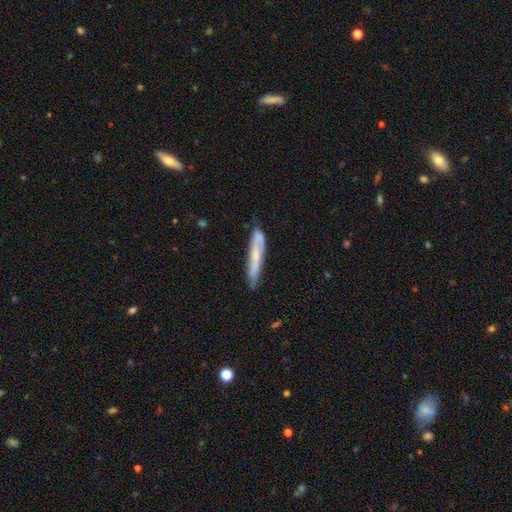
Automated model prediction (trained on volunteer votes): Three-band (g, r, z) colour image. It shows a featured or disk galaxy (51%) viewed edge-on (57%). Merging: none (70%).